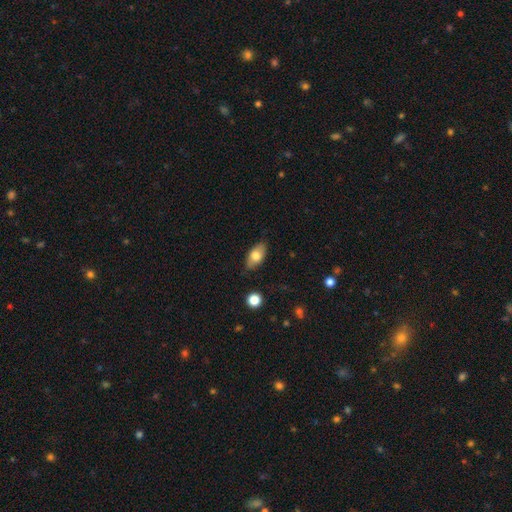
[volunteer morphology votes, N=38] Smooth or featured: smooth — 74% (featured or disk — 24%)
How rounded: in between — 82% (round — 14%)
Merging: none — 68% (minor disturbance — 19%)